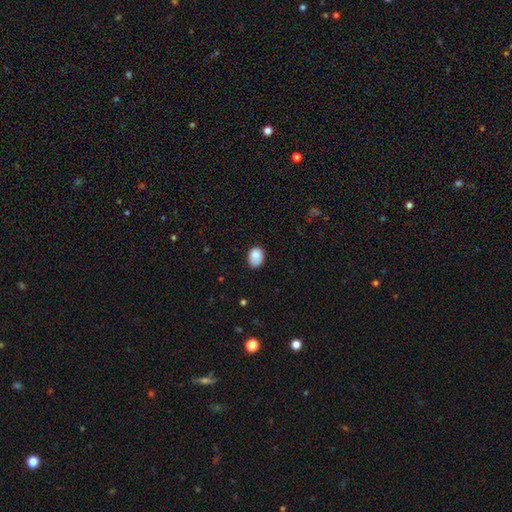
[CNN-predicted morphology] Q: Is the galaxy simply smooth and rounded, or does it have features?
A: smooth — 86%.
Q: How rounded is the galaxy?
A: in between — 67%.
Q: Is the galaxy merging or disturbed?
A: none — 72%.